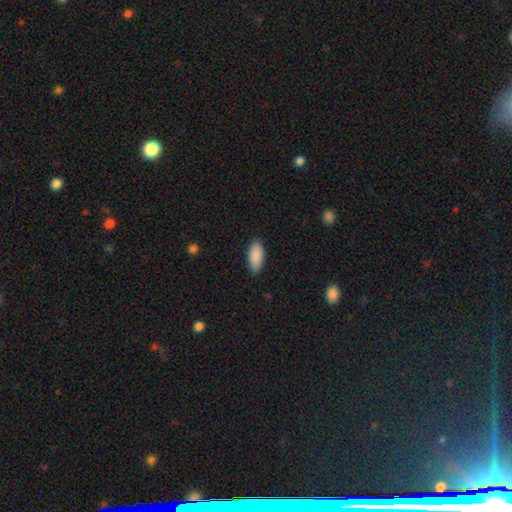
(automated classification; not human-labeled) This appears to be a smooth galaxy with no disk features (90%) that is in between round and cigar-shaped (90%). Merging: none (87%).